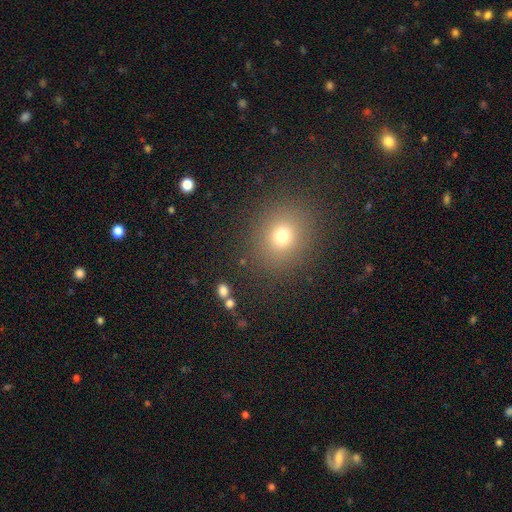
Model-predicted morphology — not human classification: Smooth or featured: smooth — 64% (star or artifact — 28%)
How rounded: round — 78% (in between — 21%)
Merging: none — 90% (minor disturbance — 6%)